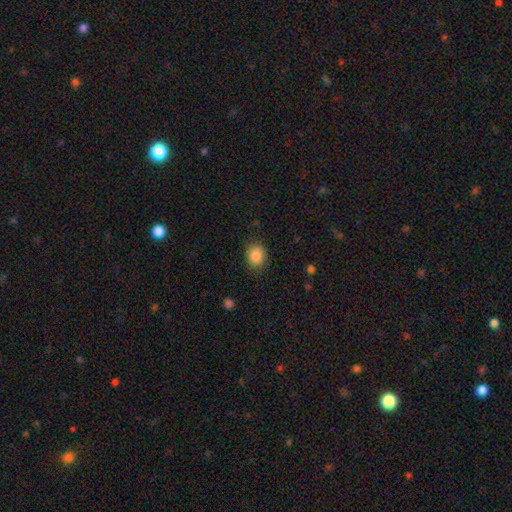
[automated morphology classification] smooth-or-featured: smooth: 86% | star or artifact: 9% | featured or disk: 5%
  how-rounded: round: 57% | in between: 42% | cigar-shaped: 1%
  merging: none: 84% | minor disturbance: 12% | major disturbance: 3% | merger: 1%